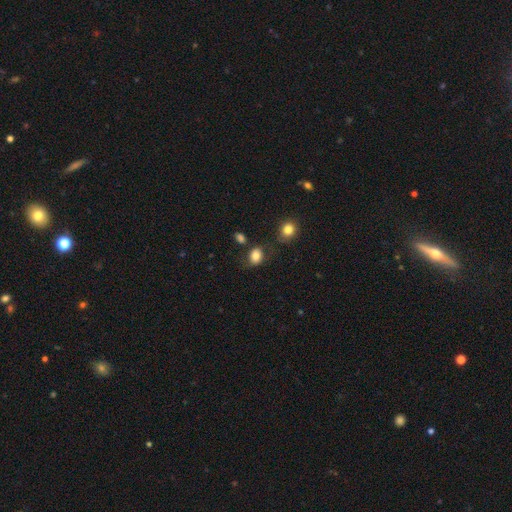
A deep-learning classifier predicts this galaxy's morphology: smooth-or-featured: smooth: 80% | star or artifact: 10% | featured or disk: 10%
  how-rounded: in between: 59% | round: 40% | cigar-shaped: 1%
  merging: none: 63% | minor disturbance: 22% | major disturbance: 8% | merger: 7%